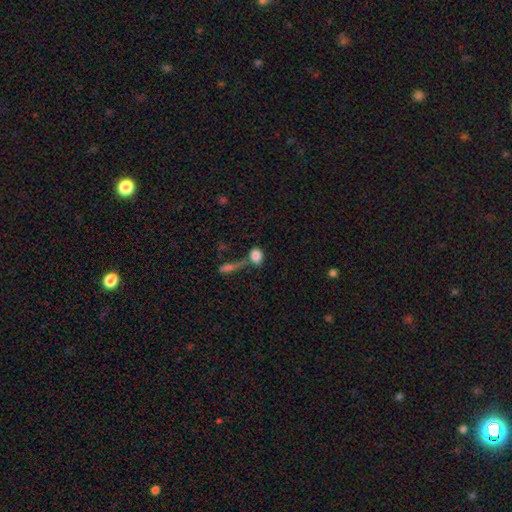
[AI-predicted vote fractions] Smooth or featured?
  - smooth: 82% *
  - star or artifact: 9%
  - featured or disk: 8%
How rounded?
  - round: 48% * (tied)
  - in between: 48% * (tied)
  - cigar-shaped: 4%
Merging?
  - none: 47% *
  - merger: 27%
  - minor disturbance: 15%
  - major disturbance: 11%